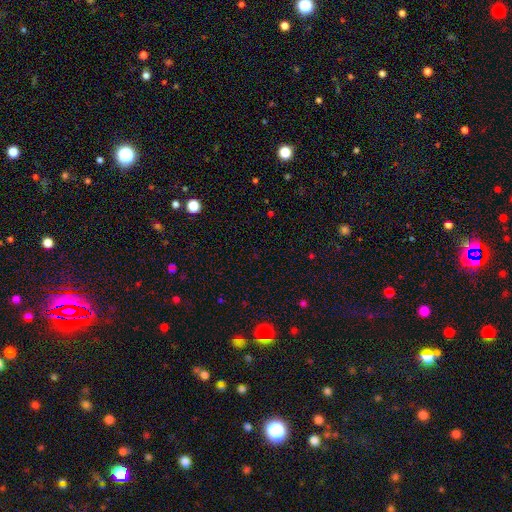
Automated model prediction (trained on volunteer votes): smooth_or_featured: star or artifact (p=0.67) [alt: smooth p=0.26]